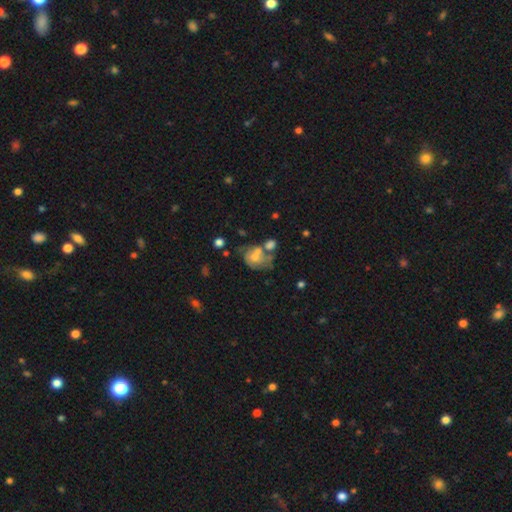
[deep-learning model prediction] This is possibly a featured or disk galaxy (47%). Merging: marginally merger (35%).